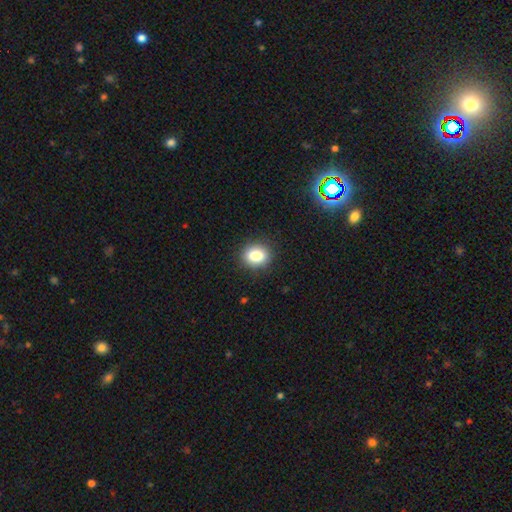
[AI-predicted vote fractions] smooth_or_featured: smooth (p=0.83) [alt: star or artifact p=0.10]
how_rounded: round (p=0.54) [alt: in between p=0.44]
merging: none (p=0.89) [alt: minor disturbance p=0.08]